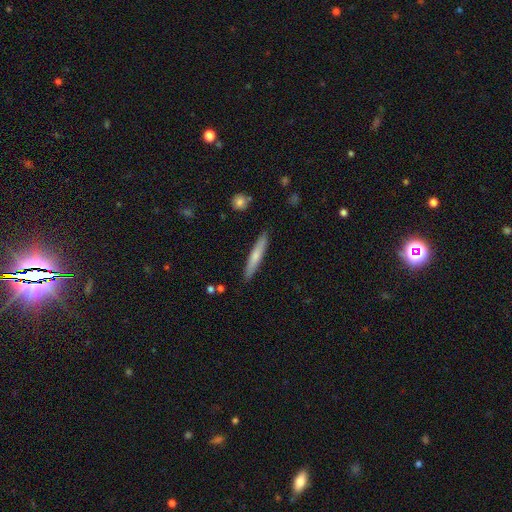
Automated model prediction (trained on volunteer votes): A smooth galaxy with no disk features (62%) that is cigar-shaped (93%). Merging: none (89%).